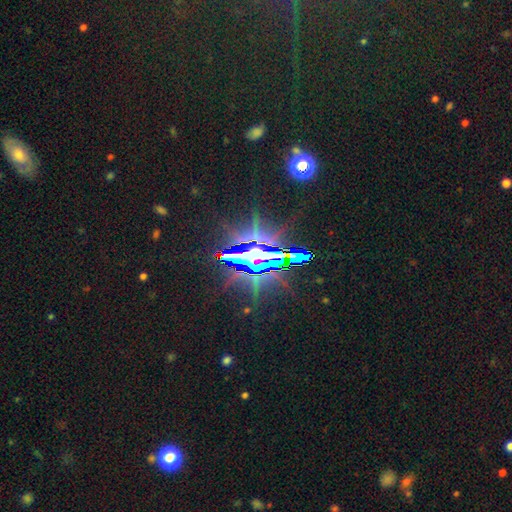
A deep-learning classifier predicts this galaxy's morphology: Q: Smooth or featured?
A: star or artifact (82%); runner-up: featured or disk (10%)